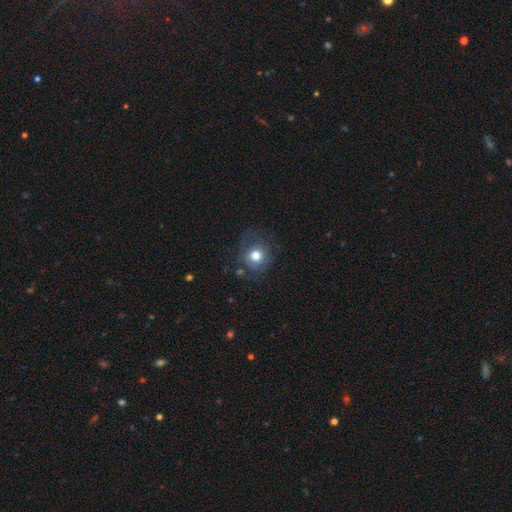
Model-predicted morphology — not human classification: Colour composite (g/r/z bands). It shows a smooth galaxy with no disk features (74%) that is round (84%). Merging: none (71%).